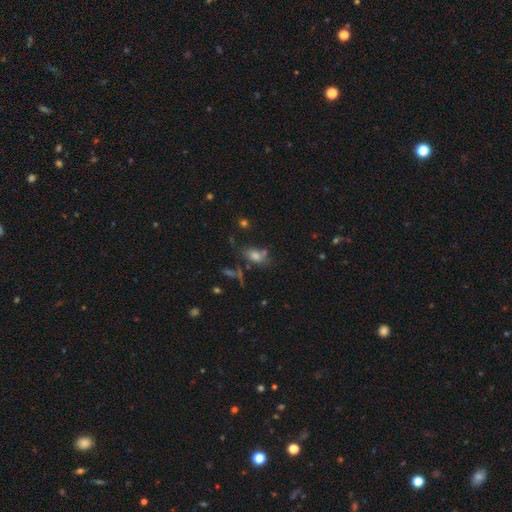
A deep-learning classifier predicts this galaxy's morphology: smooth 72%, star or artifact 14%, featured or disk 14%. Down the decision tree: how rounded — in between (80%); merging — none (56%).